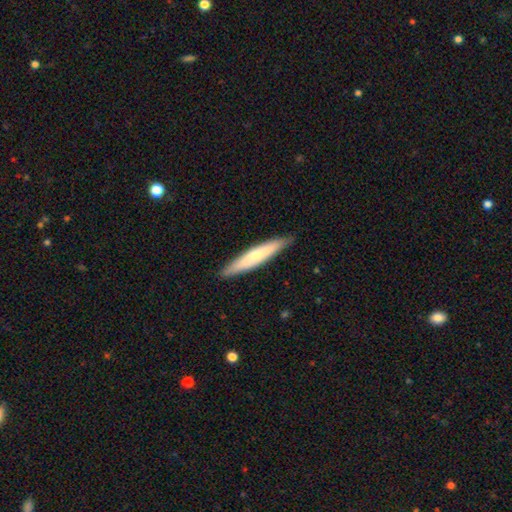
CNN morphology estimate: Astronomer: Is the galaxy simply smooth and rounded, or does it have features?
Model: smooth — 56% (runner-up: featured or disk, 39%).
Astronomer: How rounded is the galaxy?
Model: cigar-shaped — 91%.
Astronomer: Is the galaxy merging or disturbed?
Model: none — 89%.